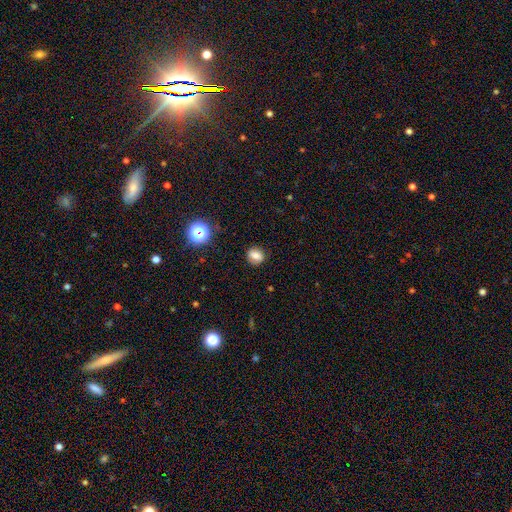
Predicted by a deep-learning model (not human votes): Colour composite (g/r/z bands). It shows a smooth galaxy with no disk features (76%) that is round (55%). Merging: none (84%).